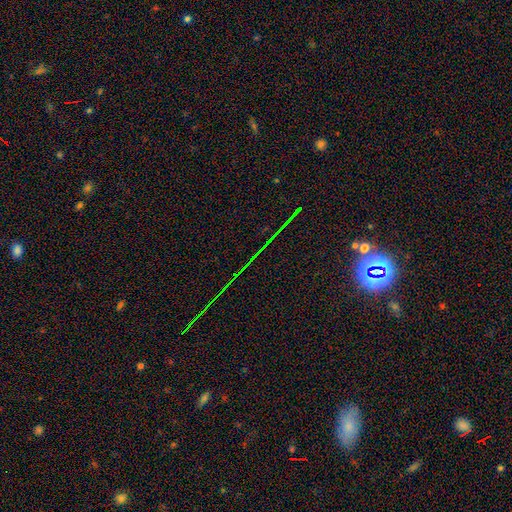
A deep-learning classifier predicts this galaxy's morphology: A star or artifact, not a galaxy (82%).

Vote fractions:
- Smooth or featured? star or artifact: 82% / featured or disk: 9% / smooth: 9%